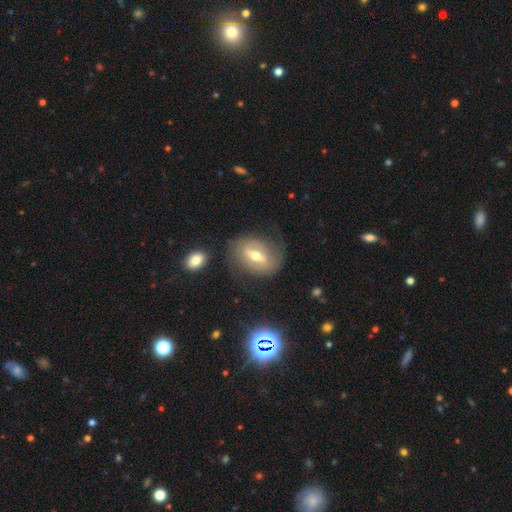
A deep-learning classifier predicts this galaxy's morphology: smooth_or_featured: featured or disk (p=0.54) [alt: smooth p=0.35]
disk_edge_on: no (p=0.84) [alt: yes p=0.16]
merging: none (p=0.70) [alt: minor disturbance p=0.18]